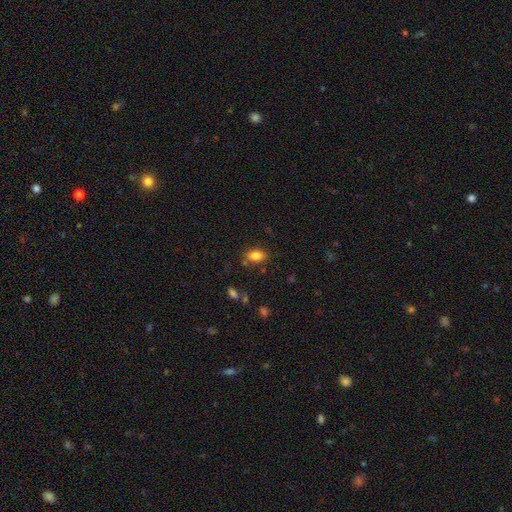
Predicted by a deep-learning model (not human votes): Smooth or featured?
  - smooth: 83% *
  - star or artifact: 10%
  - featured or disk: 7%
How rounded?
  - in between: 87% *
  - round: 10%
  - cigar-shaped: 3%
Merging?
  - none: 79% *
  - minor disturbance: 13%
  - merger: 5%
  - major disturbance: 4%